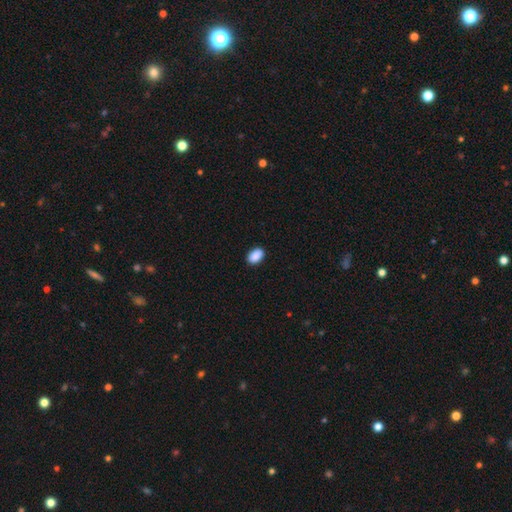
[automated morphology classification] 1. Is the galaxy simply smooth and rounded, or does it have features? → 90% smooth, 7% star or artifact, 3% featured or disk.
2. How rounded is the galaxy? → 88% in between, 11% round, 1% cigar-shaped.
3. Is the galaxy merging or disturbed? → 89% none, 9% minor disturbance, 2% major disturbance, 1% merger.